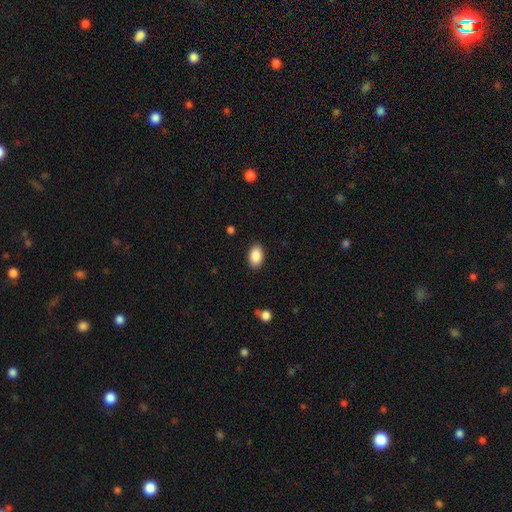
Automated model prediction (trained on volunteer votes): A smooth galaxy with no disk features (89%) that is in between round and cigar-shaped (91%). Merging: none (88%).